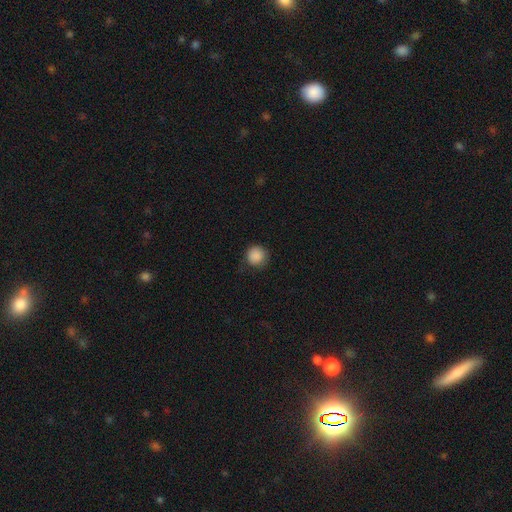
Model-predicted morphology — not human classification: This is clearly a smooth galaxy (88%). How rounded: clearly round (94%). Merging: clearly none (83%).